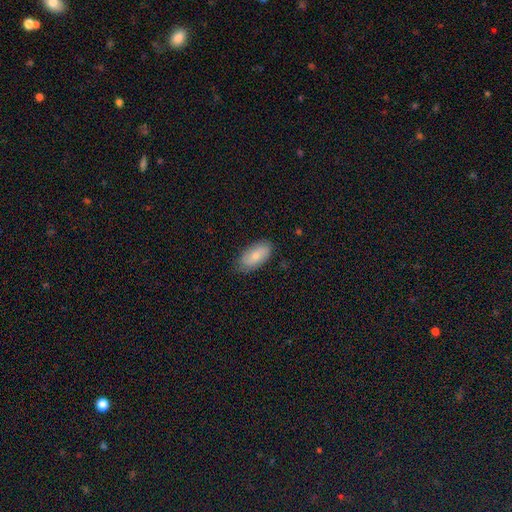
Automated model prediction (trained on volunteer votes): A smooth galaxy with no disk features (77%) that is in between round and cigar-shaped (92%).

Vote fractions:
- Smooth or featured? smooth: 77% / featured or disk: 17% / star or artifact: 6%
- How rounded? in between: 92% / cigar-shaped: 6% / round: 2%
- Merging? none: 81% / minor disturbance: 16% / major disturbance: 3% / merger: 1%